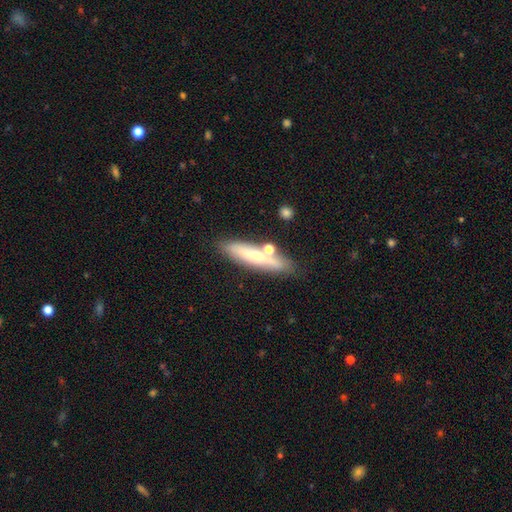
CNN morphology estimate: A smooth galaxy with no disk features (53%) that is cigar-shaped (75%). Merging: none (71%).